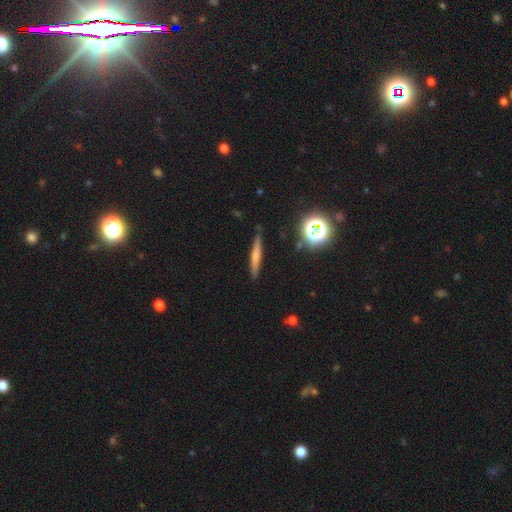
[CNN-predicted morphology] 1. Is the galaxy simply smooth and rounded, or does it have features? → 52% smooth, 36% featured or disk, 12% star or artifact.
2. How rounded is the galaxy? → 91% cigar-shaped, 5% in between, 3% round.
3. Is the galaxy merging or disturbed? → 86% none, 10% minor disturbance, 2% major disturbance, 2% merger.